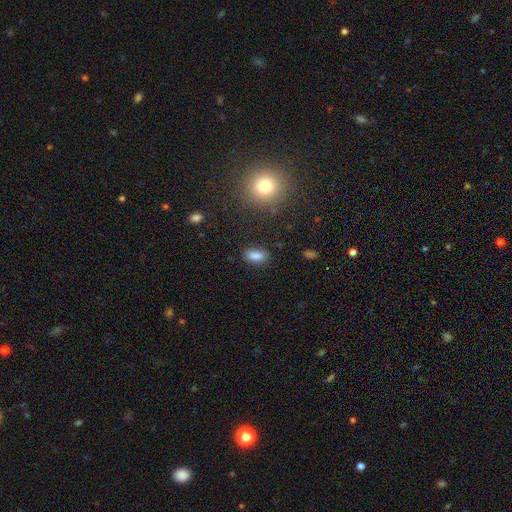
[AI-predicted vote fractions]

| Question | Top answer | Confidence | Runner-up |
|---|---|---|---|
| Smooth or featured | smooth | 85% | star or artifact (10%) |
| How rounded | in between | 88% | round (6%) |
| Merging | none | 84% | minor disturbance (11%) |